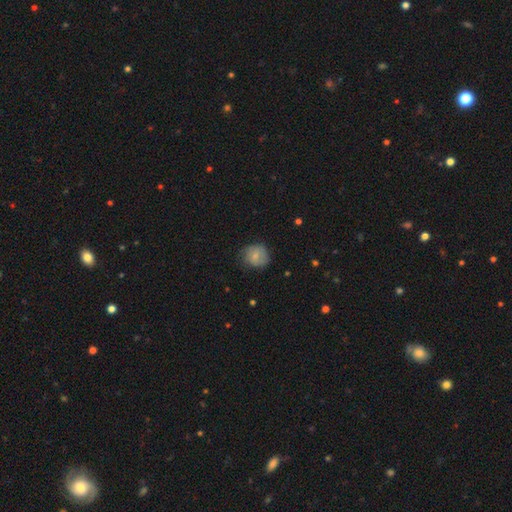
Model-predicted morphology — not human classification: A smooth galaxy with no disk features (74%) that is round (78%). Merging: none (66%).